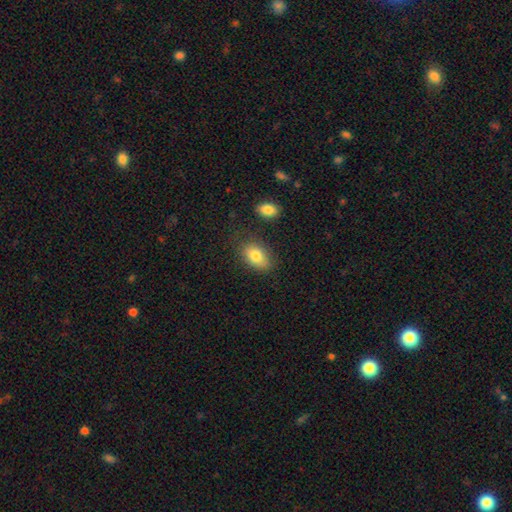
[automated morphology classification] Q: Smooth or featured?
A: smooth (82%); runner-up: featured or disk (10%)
Q: How rounded?
A: in between (89%); runner-up: round (9%)
Q: Merging?
A: none (75%); runner-up: minor disturbance (16%)